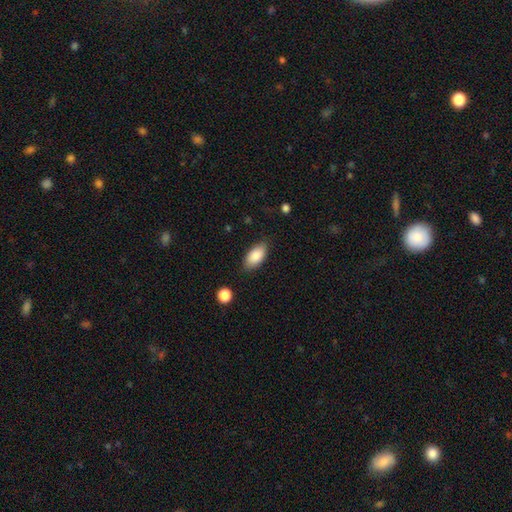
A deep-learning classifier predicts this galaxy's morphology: A smooth galaxy with no disk features (86%) that is in between round and cigar-shaped (93%).

Vote fractions:
- Smooth or featured? smooth: 86% / featured or disk: 7% / star or artifact: 7%
- How rounded? in between: 93% / cigar-shaped: 4% / round: 3%
- Merging? none: 82% / minor disturbance: 13% / major disturbance: 3% / merger: 2%